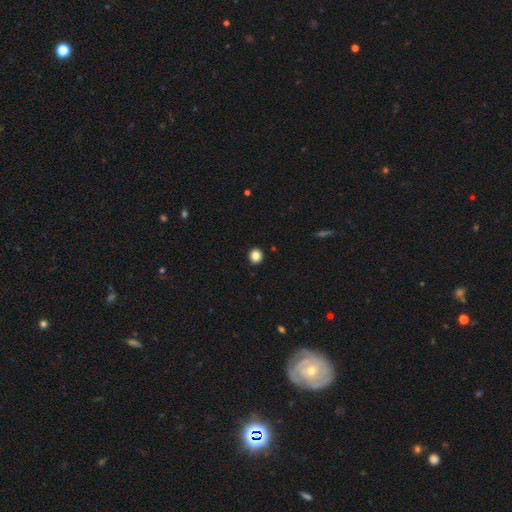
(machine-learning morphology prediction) type=smooth (85%); roundness=round (88%); merging=none (93%).